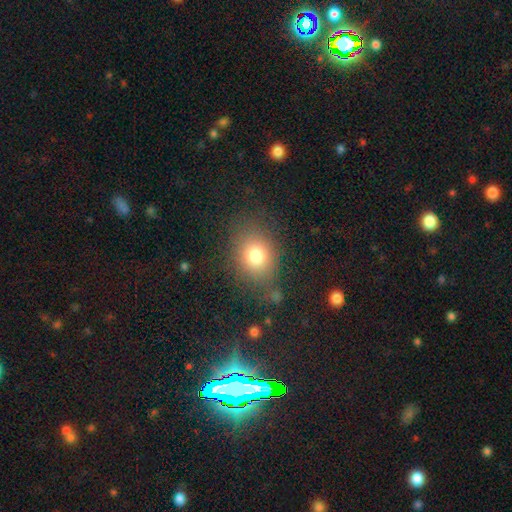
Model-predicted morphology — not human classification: Smooth or featured?
  - smooth: 78% *
  - star or artifact: 12%
  - featured or disk: 10%
How rounded?
  - round: 52% *
  - in between: 47%
  - cigar-shaped: 1%
Merging?
  - none: 72% *
  - minor disturbance: 16%
  - major disturbance: 8%
  - merger: 4%